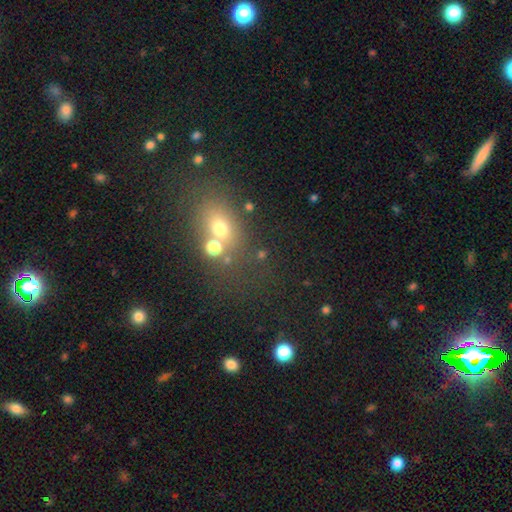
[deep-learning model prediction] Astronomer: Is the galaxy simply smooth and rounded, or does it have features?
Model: smooth — 49% (runner-up: star or artifact, 35%).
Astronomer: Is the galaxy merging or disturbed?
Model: none — 52% (runner-up: merger, 33%).